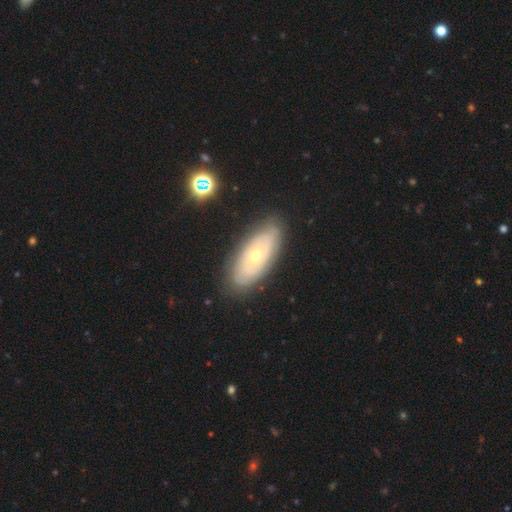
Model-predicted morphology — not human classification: This is likely a featured or disk galaxy (66%). It is clearly not viewed edge-on (87%). Bar: clearly no (88%). Spiral arm pattern: possibly yes (51%). Central bulge: possibly small (49%). Merging: clearly none (82%).